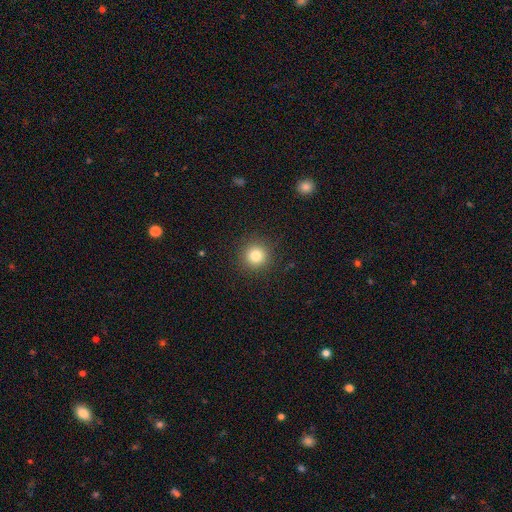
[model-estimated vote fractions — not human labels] The model was most divided on "smooth or featured": smooth: 82%, star or artifact: 12%, featured or disk: 6%. More confident: how rounded — round (95%); merging — none (91%).